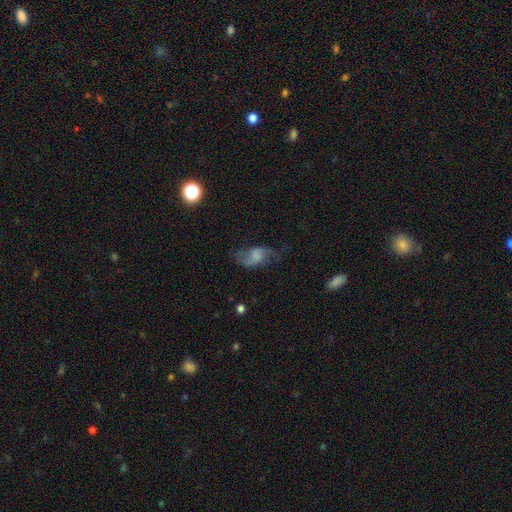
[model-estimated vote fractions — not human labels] Q: Smooth or featured?
A: featured or disk (48%); runner-up: smooth (42%)
Q: Merging?
A: none (50%); runner-up: minor disturbance (25%)